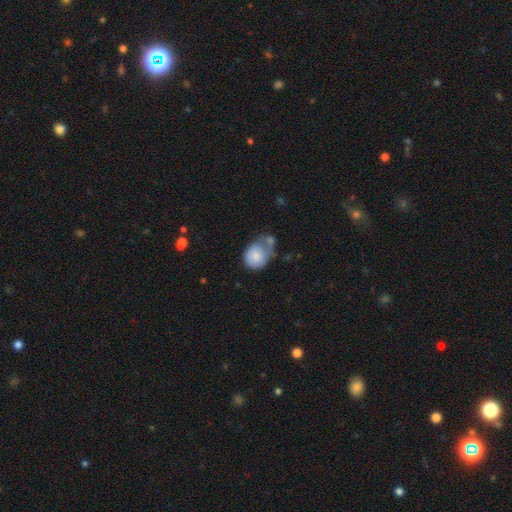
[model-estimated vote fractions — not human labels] A smooth galaxy with no disk features (78%) that is round (58%). Merging: merger (34%).